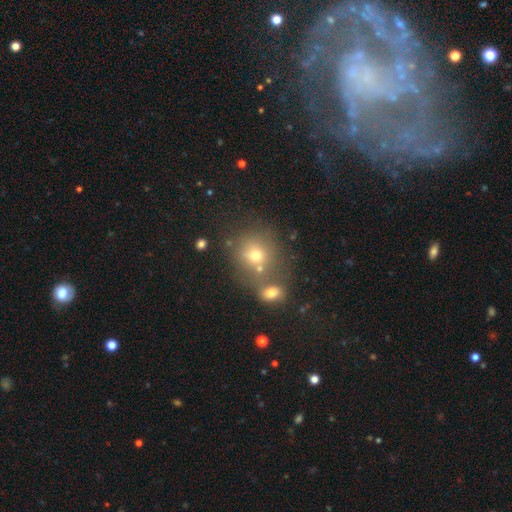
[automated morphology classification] This is likely a smooth galaxy (65%). How rounded: clearly round (81%). Merging: possibly none (48%).